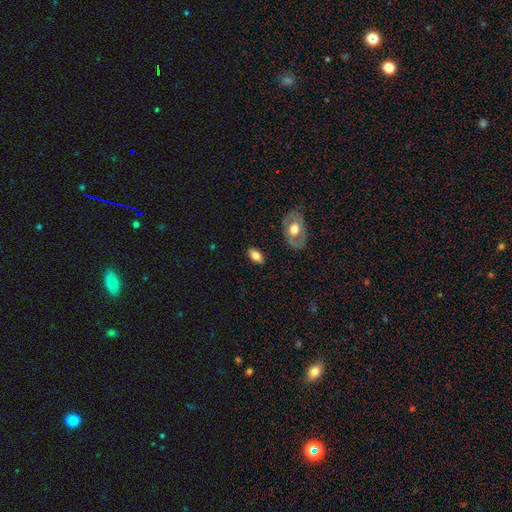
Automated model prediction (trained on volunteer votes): Smooth or featured? Predicted: smooth (p=0.72). How rounded? Predicted: in between (p=0.90). Merging? Predicted: none (p=0.85).